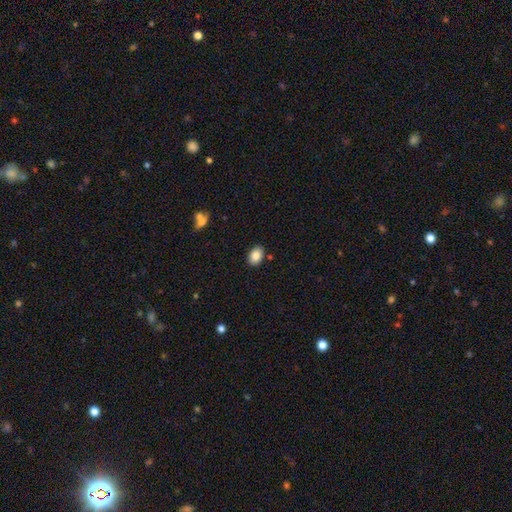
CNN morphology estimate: Smooth or featured?
  - smooth: 85% *
  - star or artifact: 8%
  - featured or disk: 7%
How rounded?
  - in between: 83% *
  - round: 16%
  - cigar-shaped: 1%
Merging?
  - none: 85% *
  - minor disturbance: 10%
  - merger: 3%
  - major disturbance: 2%